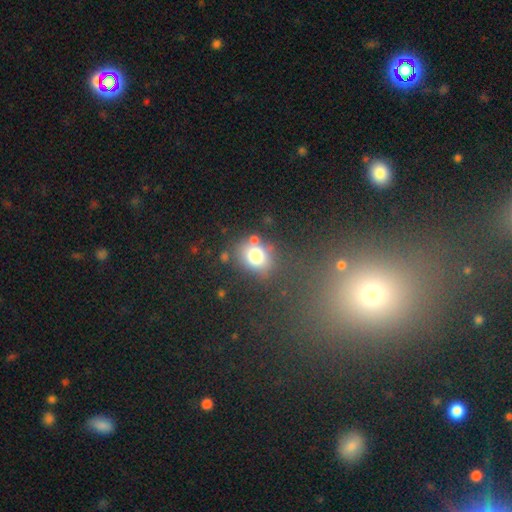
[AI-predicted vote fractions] A smooth galaxy with no disk features (75%) that is round (57%). Merging: none (62%).